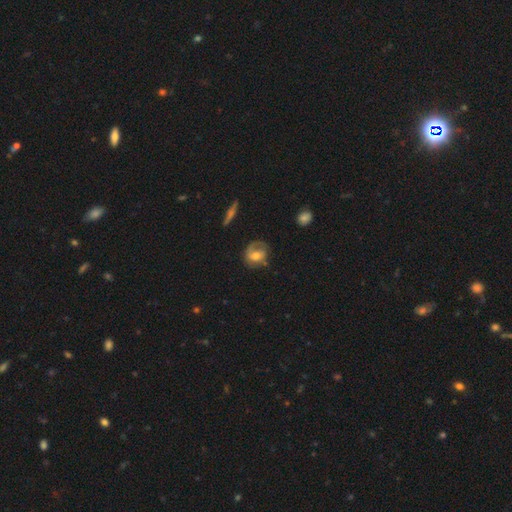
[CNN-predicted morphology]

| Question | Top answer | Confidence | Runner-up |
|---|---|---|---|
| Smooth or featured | smooth | 49% | featured or disk (43%) |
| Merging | none | 53% | minor disturbance (29%) |